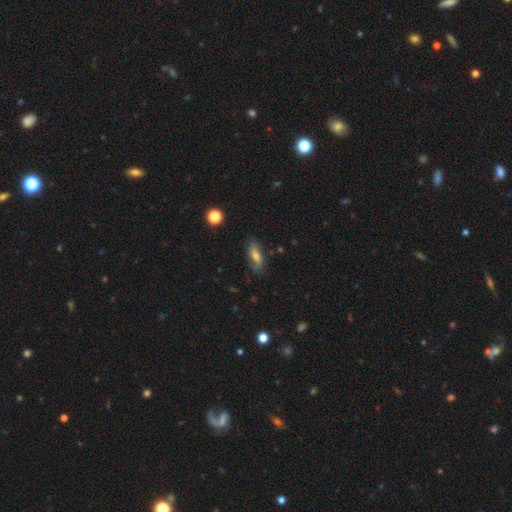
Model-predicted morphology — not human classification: The model was most divided on "how rounded": in between: 59%, cigar-shaped: 36%, round: 5%. More confident: merging — none (80%); smooth or featured — smooth (59%).